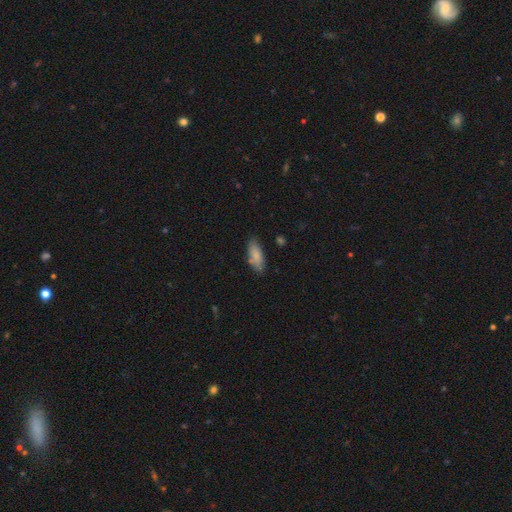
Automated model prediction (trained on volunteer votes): This appears to be a smooth galaxy with no disk features (82%) that is in between round and cigar-shaped (74%). Merging: none (74%).